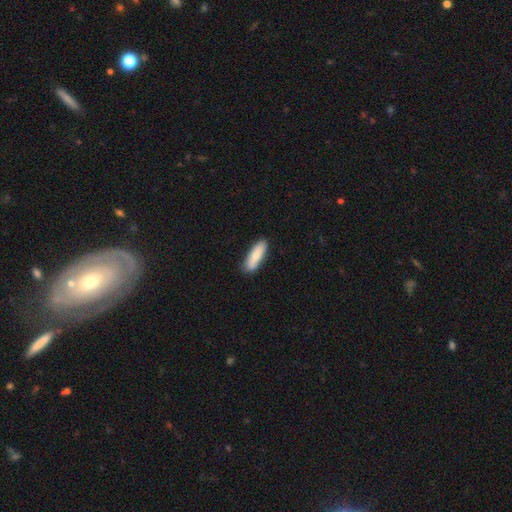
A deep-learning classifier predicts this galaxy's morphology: This is likely a smooth galaxy (77%). How rounded: possibly in between (49%, tied with cigar-shaped). Merging: clearly none (85%).